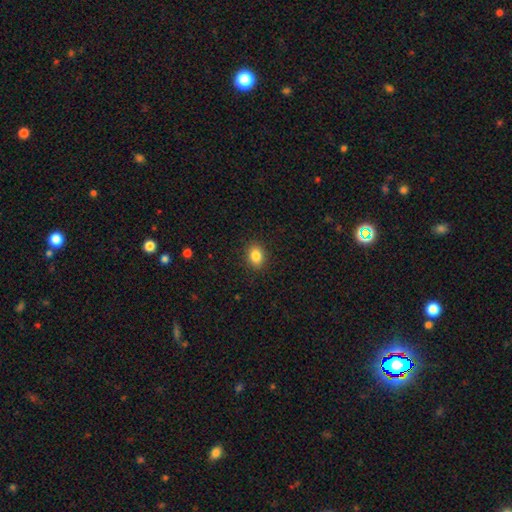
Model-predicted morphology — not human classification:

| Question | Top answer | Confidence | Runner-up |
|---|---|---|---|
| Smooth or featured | smooth | 85% | star or artifact (9%) |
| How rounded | in between | 66% | round (33%) |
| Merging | none | 89% | minor disturbance (8%) |